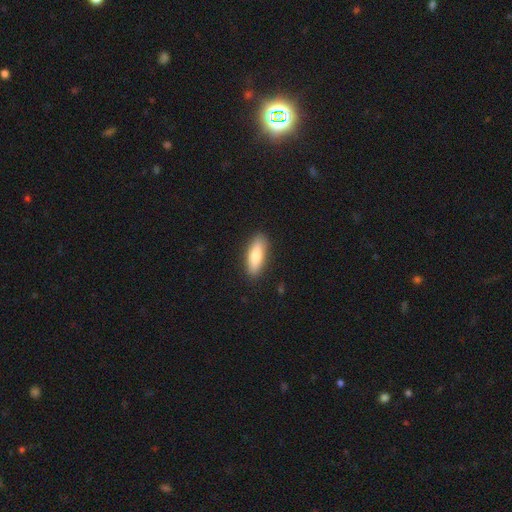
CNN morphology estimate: Smooth or featured? smooth (79%)
How rounded? in between (60%)
Merging? none (89%)